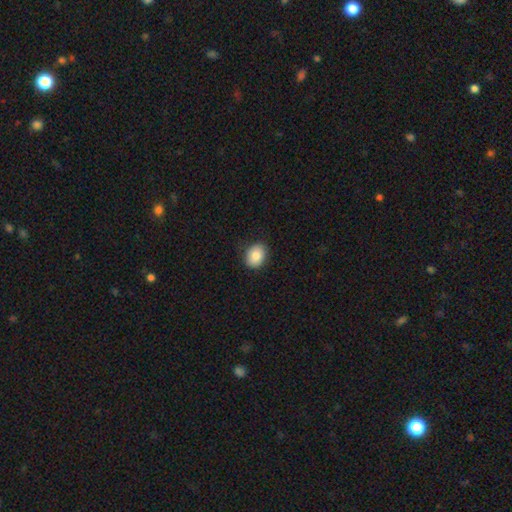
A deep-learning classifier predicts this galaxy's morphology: Overall: smooth (84%). How rounded: in between (58%; round 41%). Merging: none (84%).